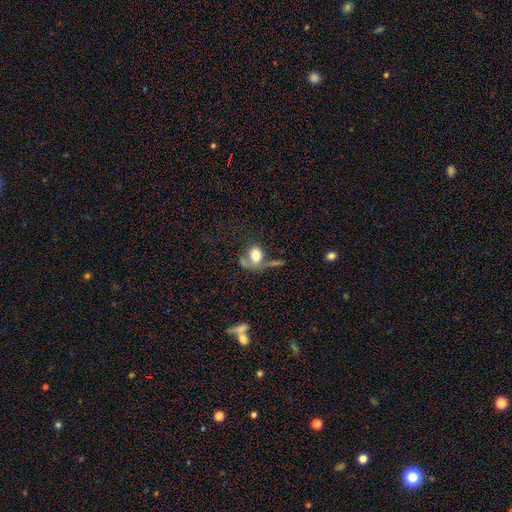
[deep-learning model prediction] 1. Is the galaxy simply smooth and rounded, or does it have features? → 68% smooth, 23% featured or disk, 10% star or artifact.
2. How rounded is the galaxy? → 54% round, 44% in between, 2% cigar-shaped.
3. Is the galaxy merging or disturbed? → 34% none, 27% major disturbance, 21% merger, 18% minor disturbance.